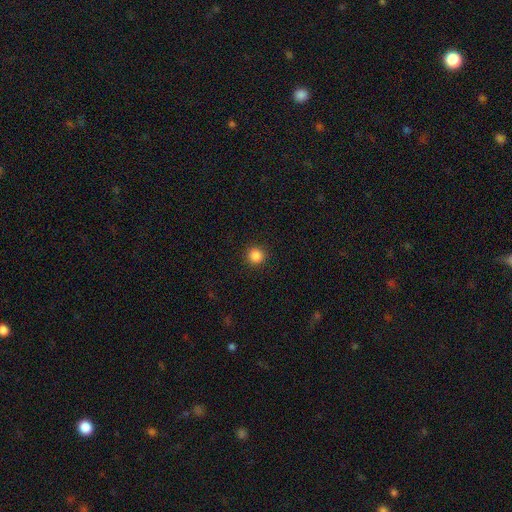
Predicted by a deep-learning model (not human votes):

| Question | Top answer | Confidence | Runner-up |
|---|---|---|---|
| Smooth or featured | smooth | 86% | star or artifact (11%) |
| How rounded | round | 95% | in between (4%) |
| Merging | none | 92% | minor disturbance (5%) |